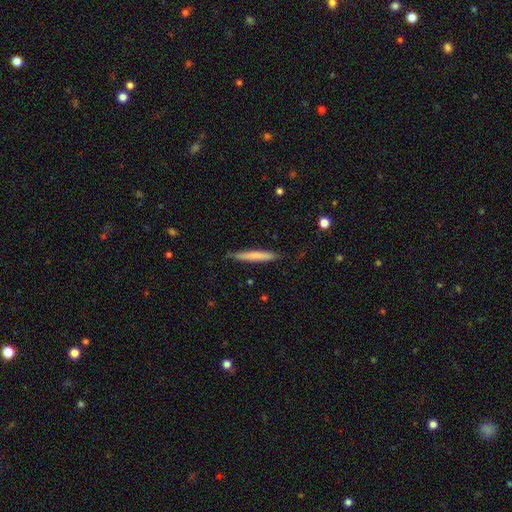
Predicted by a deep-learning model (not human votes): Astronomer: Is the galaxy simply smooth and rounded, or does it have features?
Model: smooth — 71%.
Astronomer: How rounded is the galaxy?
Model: cigar-shaped — 95%.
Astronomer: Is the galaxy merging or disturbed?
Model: none — 82%.